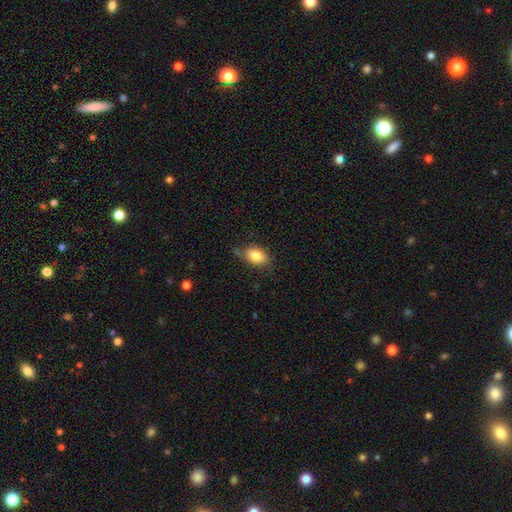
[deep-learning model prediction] Smooth or featured? Predicted: smooth (p=0.81). How rounded? Predicted: in between (p=0.86). Merging? Predicted: none (p=0.61).